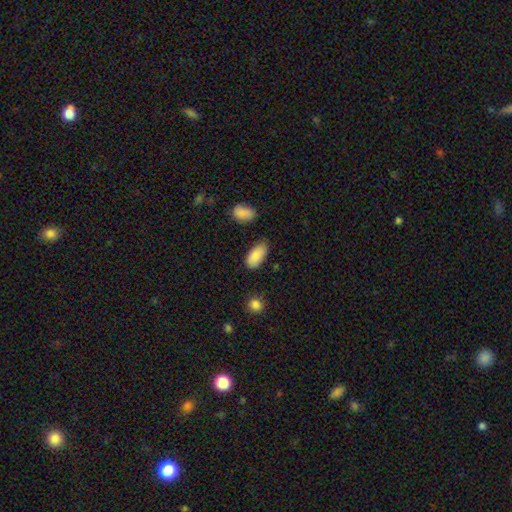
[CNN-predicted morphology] smooth-or-featured: smooth: 88% | star or artifact: 7% | featured or disk: 5%
  how-rounded: in between: 93% | cigar-shaped: 4% | round: 2%
  merging: none: 75% | minor disturbance: 18% | major disturbance: 4% | merger: 3%